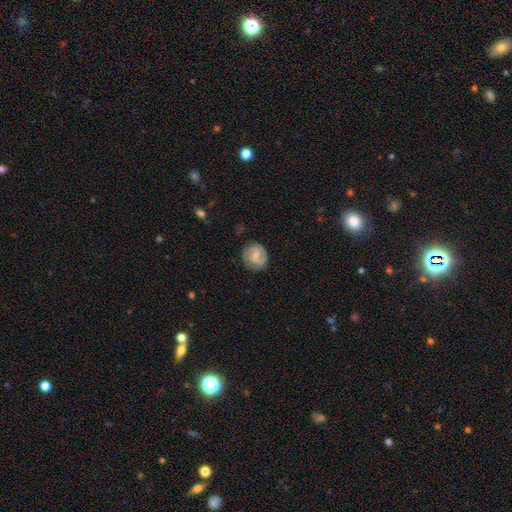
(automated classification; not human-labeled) Smooth or featured? featured or disk (67%)
Edge-on disk? no (98%)
Bar? weak (55%)
Spiral arms? yes (92%)
Spiral winding? medium (46%)
Spiral arm count? 2 (83%)
Bulge size? small (43%)
Merging? none (80%)